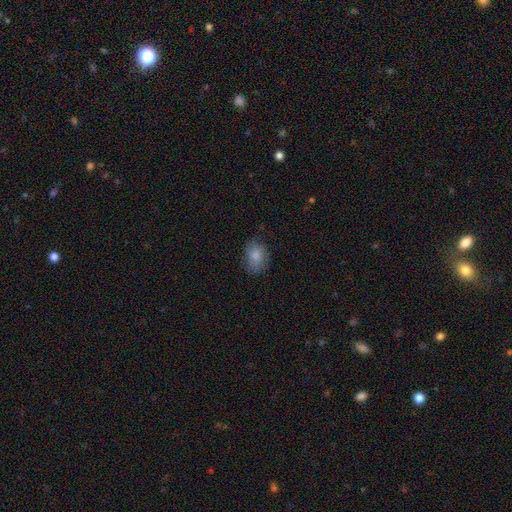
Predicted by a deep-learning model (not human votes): Overall: smooth (82%). How rounded: in between (70%). Merging: none (73%).